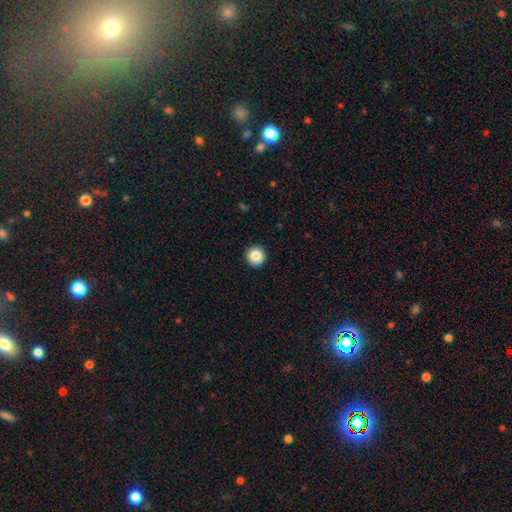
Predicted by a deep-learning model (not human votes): Morphology: type=smooth (86%); roundness=round (96%); merging=none (93%).